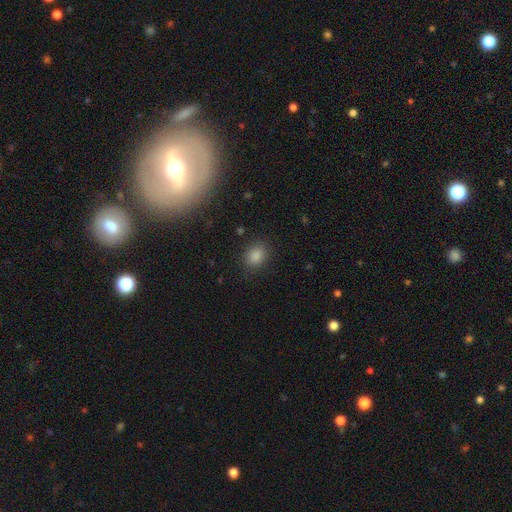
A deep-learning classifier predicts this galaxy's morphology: A smooth galaxy with no disk features (80%) that is round (55%).

Vote fractions:
- Smooth or featured? smooth: 80% / star or artifact: 15% / featured or disk: 5%
- How rounded? round: 55% / in between: 44% / cigar-shaped: 2%
- Merging? none: 87% / minor disturbance: 9% / major disturbance: 3% / merger: 2%